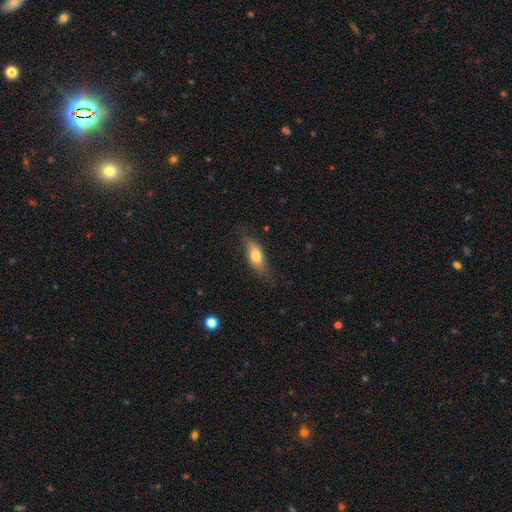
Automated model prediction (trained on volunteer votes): Overall: smooth (71%). How rounded: in between (72%). Merging: none (75%).